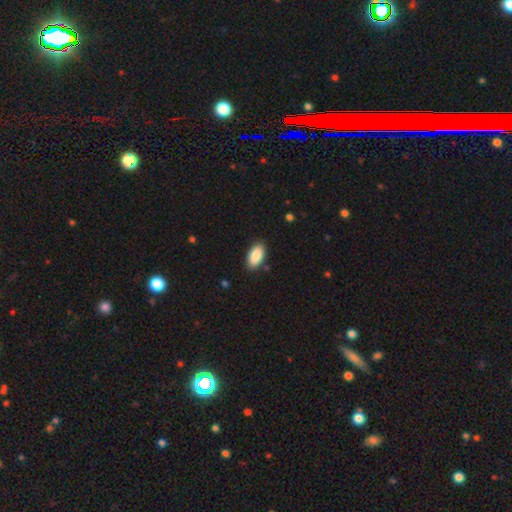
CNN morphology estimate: Smooth or featured? Predicted: smooth (p=0.89). How rounded? Predicted: in between (p=0.94). Merging? Predicted: none (p=0.87).